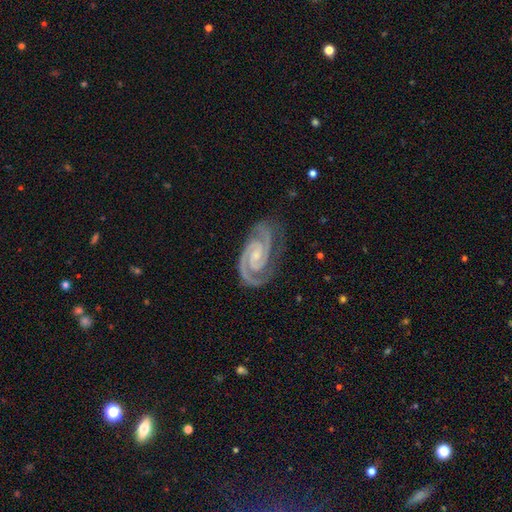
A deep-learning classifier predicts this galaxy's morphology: Smooth or featured: featured or disk — 94% (star or artifact — 4%)
Edge-on disk: no — 98% (yes — 2%)
Bar: no — 47% (weak — 38%)
Spiral arms: yes — 99% (no — 1%)
Spiral winding: tight — 64% (medium — 32%)
Spiral arm count: 2 — 91% (3 — 4%)
Bulge size: small — 63% (moderate — 25%)
Merging: none — 79% (minor disturbance — 15%)